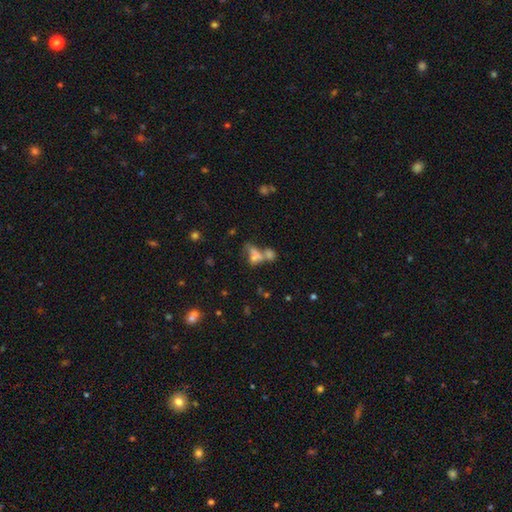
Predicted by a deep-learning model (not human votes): smooth 58%, featured or disk 23%, star or artifact 19%. Down the decision tree: how rounded — in between (64%); merging — merger (57%).